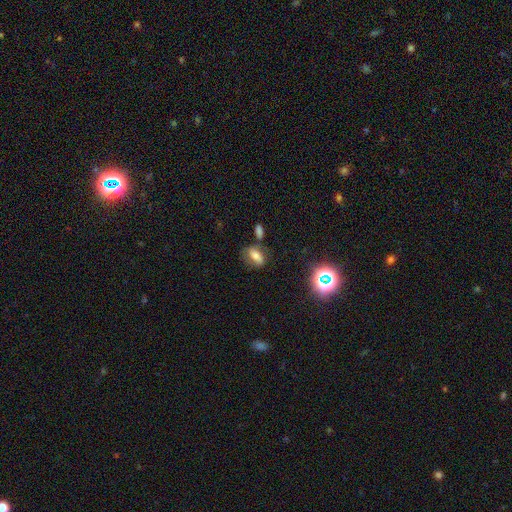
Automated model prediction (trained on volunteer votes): smooth_or_featured: smooth (p=0.48) [alt: featured or disk p=0.35]
merging: none (p=0.60) [alt: minor disturbance p=0.19]